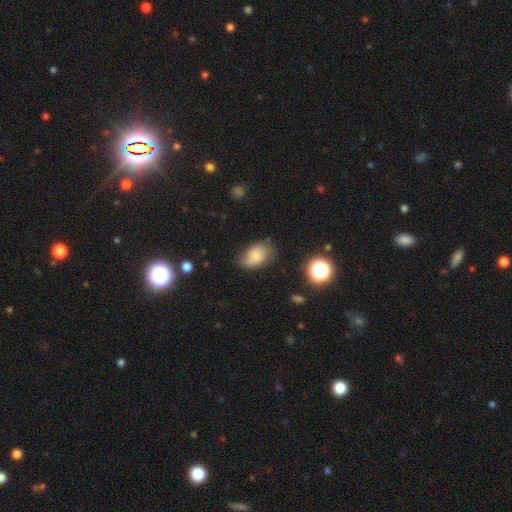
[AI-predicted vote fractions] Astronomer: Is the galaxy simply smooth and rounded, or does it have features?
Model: smooth — 69%.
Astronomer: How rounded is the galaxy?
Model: in between — 85%.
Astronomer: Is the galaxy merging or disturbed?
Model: none — 59%.